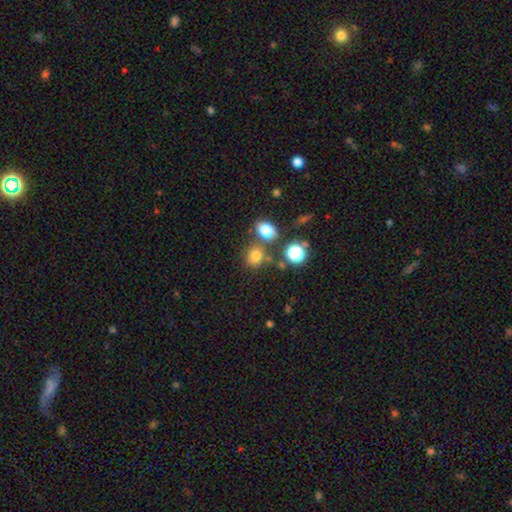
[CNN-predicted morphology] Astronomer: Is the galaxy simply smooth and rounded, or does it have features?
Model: smooth — 74%.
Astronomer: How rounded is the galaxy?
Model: round — 73%.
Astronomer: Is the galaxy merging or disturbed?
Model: none — 67%.